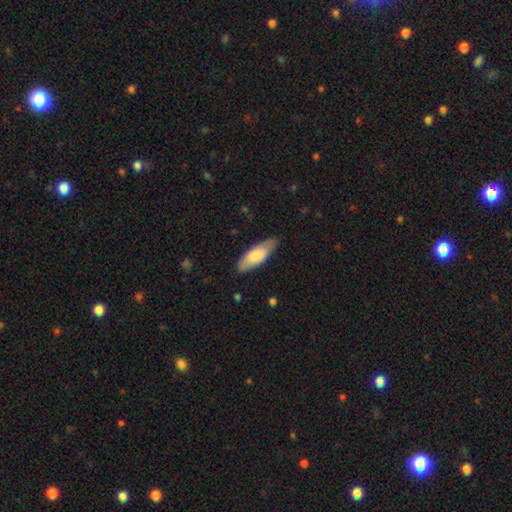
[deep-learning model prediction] smooth-or-featured: smooth: 76% | featured or disk: 19% | star or artifact: 5%
  how-rounded: in between: 70% | cigar-shaped: 29% | round: 2%
  merging: none: 81% | minor disturbance: 15% | major disturbance: 3% | merger: 1%